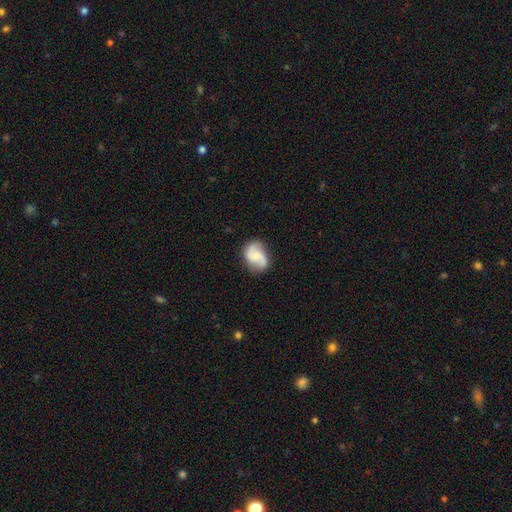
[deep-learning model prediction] smooth-or-featured: featured or disk: 68% | smooth: 26% | star or artifact: 7%
  disk-edge-on: no: 98% | yes: 2%
    bar: no: 57% | weak: 36% | strong: 7%
    has-spiral-arms: yes: 94% | no: 6%
      spiral-winding: medium: 43% | loose: 40% | tight: 17%
      spiral-arm-count: 2: 88% | can't tell: 5% | 1: 3% | 3: 2% | 4: 1% | more than 4: 1%
    bulge-size: small: 45% | moderate: 29% | none: 20% | large: 4% | dominant: 1%
  merging: none: 73% | minor disturbance: 19% | major disturbance: 6% | merger: 2%